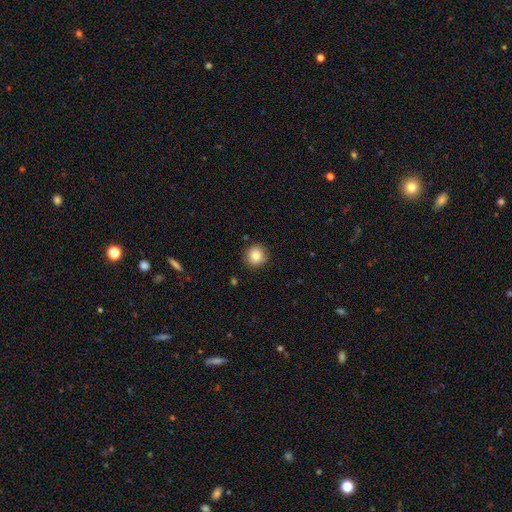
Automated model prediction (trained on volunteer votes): A smooth galaxy with no disk features (84%) that is round (93%).

Vote fractions:
- Smooth or featured? smooth: 84% / star or artifact: 10% / featured or disk: 7%
- How rounded? round: 93% / in between: 6% / cigar-shaped: 1%
- Merging? none: 89% / minor disturbance: 8% / major disturbance: 2% / merger: 1%